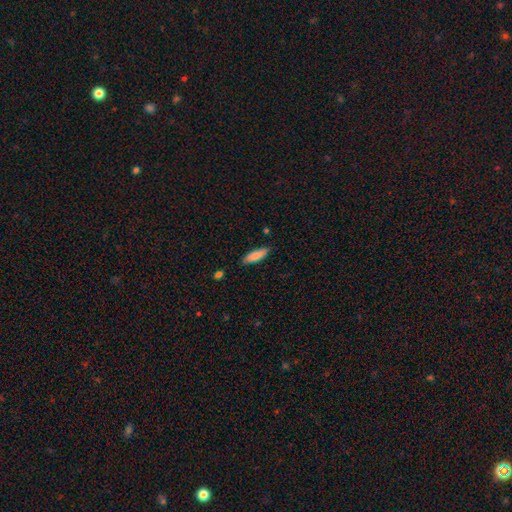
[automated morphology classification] Smooth or featured? Predicted: smooth (p=0.86). How rounded? Predicted: cigar-shaped (p=0.52). Merging? Predicted: none (p=0.84).